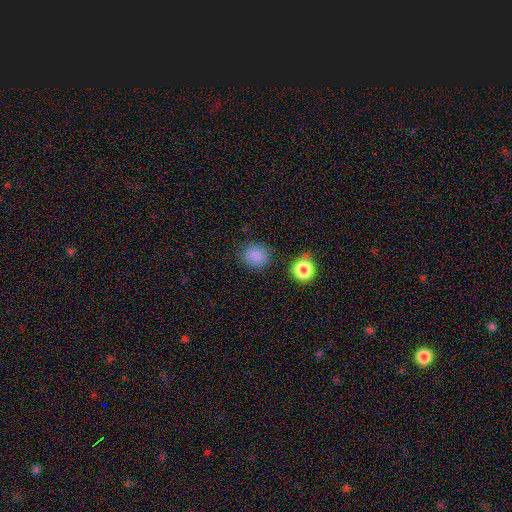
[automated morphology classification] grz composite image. It shows a smooth galaxy with no disk features (85%) that is round (76%). Merging: none (82%).